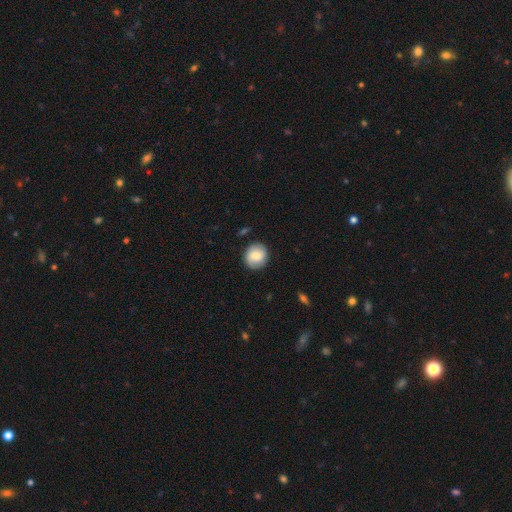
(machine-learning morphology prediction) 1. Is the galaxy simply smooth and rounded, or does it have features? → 78% smooth, 15% featured or disk, 7% star or artifact.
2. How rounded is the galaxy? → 87% round, 12% in between, 1% cigar-shaped.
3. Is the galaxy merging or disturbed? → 86% none, 10% minor disturbance, 2% major disturbance, 2% merger.